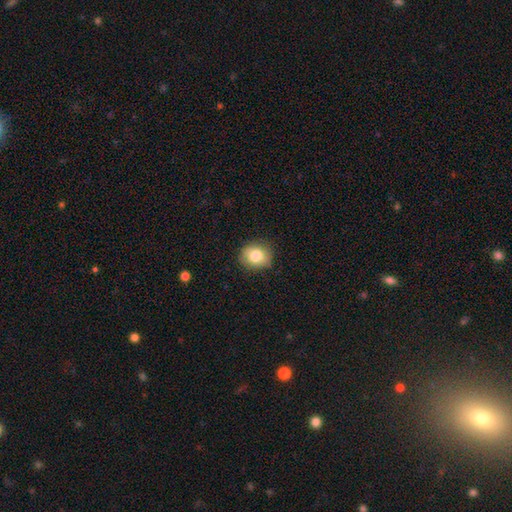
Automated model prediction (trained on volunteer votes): This appears to be a smooth galaxy with no disk features (81%) that is round (73%). Merging: none (85%).